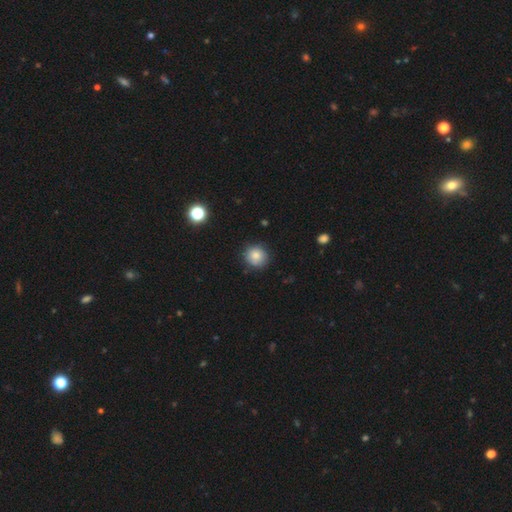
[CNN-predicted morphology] The model was most divided on "merging": none: 84%, minor disturbance: 12%, major disturbance: 2%, merger: 2%. More confident: how rounded — round (91%); smooth or featured — smooth (83%).